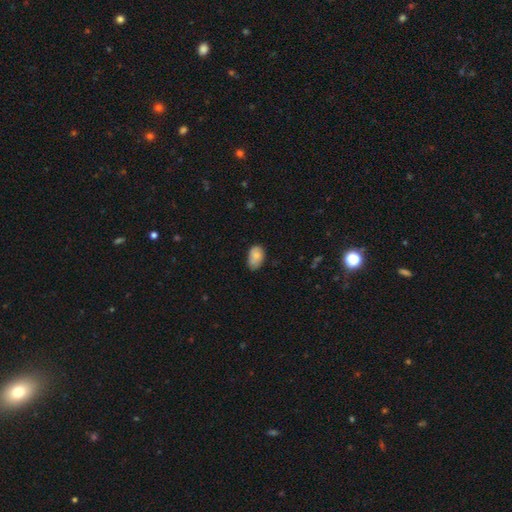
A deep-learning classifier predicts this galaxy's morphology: smooth-or-featured: smooth: 81% | featured or disk: 12% | star or artifact: 7%
  how-rounded: in between: 89% | round: 9% | cigar-shaped: 1%
  merging: none: 61% | minor disturbance: 32% | major disturbance: 5% | merger: 1%